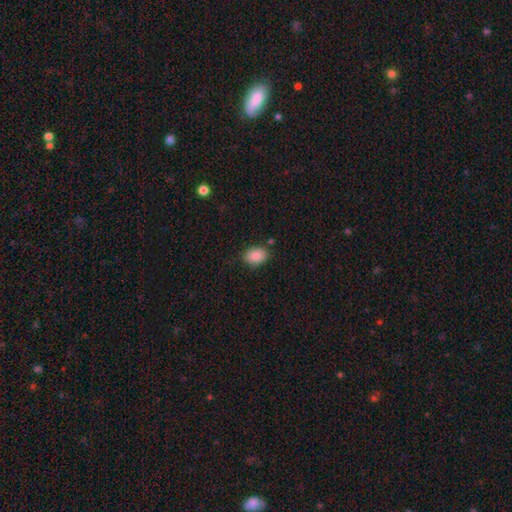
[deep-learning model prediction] smooth_or_featured: smooth (p=0.88) [alt: star or artifact p=0.08]
how_rounded: in between (p=0.78) [alt: round p=0.21]
merging: none (p=0.80) [alt: minor disturbance p=0.14]